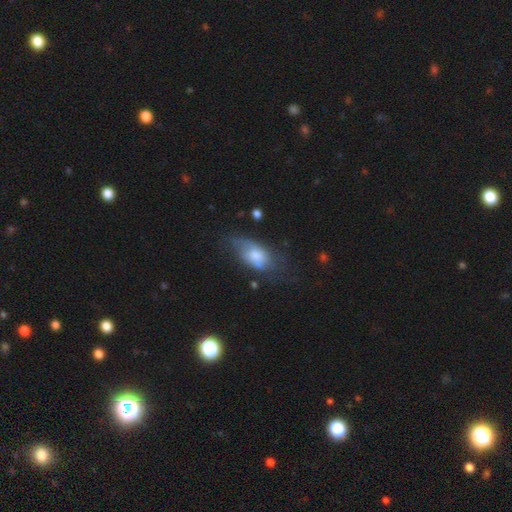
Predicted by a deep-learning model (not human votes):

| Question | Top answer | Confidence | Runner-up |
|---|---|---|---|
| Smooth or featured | smooth | 54% | featured or disk (37%) |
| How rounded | in between | 87% | round (7%) |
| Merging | none | 43% | minor disturbance (31%) |